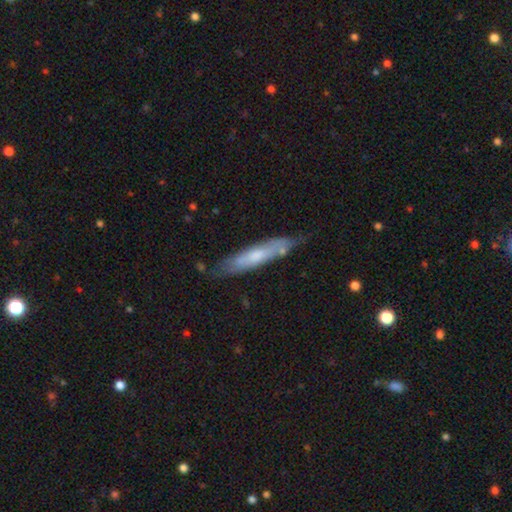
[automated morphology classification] Smooth or featured? Predicted: smooth (p=0.52). How rounded? Predicted: cigar-shaped (p=0.85). Merging? Predicted: none (p=0.68).